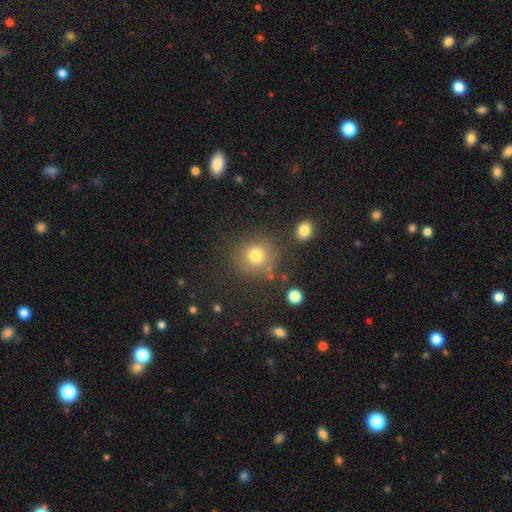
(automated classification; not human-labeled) A smooth galaxy with no disk features (77%) that is round (90%). Merging: none (78%).